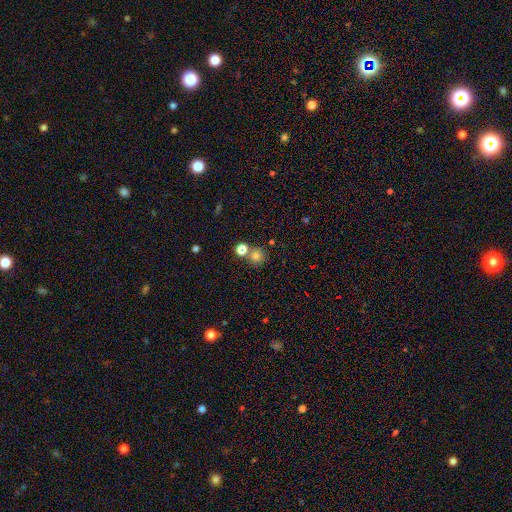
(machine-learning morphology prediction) The model was most divided on "merging": none: 68%, merger: 22%, minor disturbance: 7%, major disturbance: 3%. More confident: how rounded — round (90%); smooth or featured — smooth (73%).